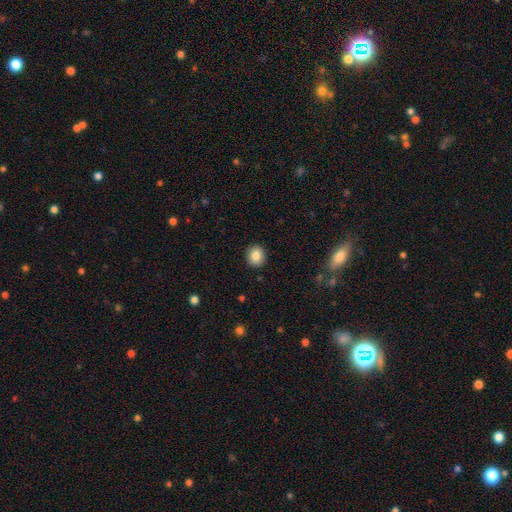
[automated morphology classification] Overall: smooth (85%). How rounded: round (75%). Merging: none (91%).